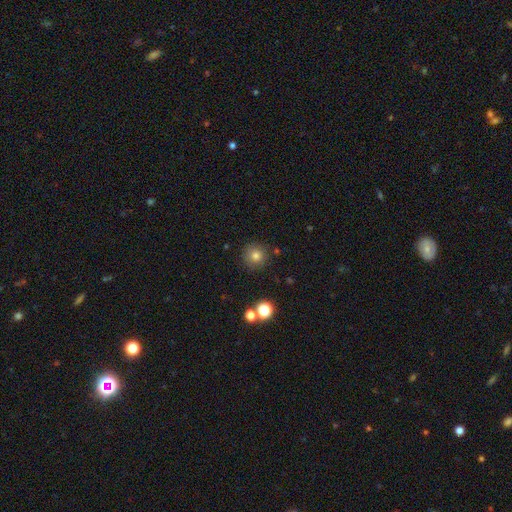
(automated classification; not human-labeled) Smooth or featured?
  - smooth: 79% *
  - star or artifact: 14%
  - featured or disk: 8%
How rounded?
  - round: 95% *
  - in between: 4%
  - cigar-shaped: 1%
Merging?
  - none: 87% *
  - minor disturbance: 8%
  - merger: 3%
  - major disturbance: 2%